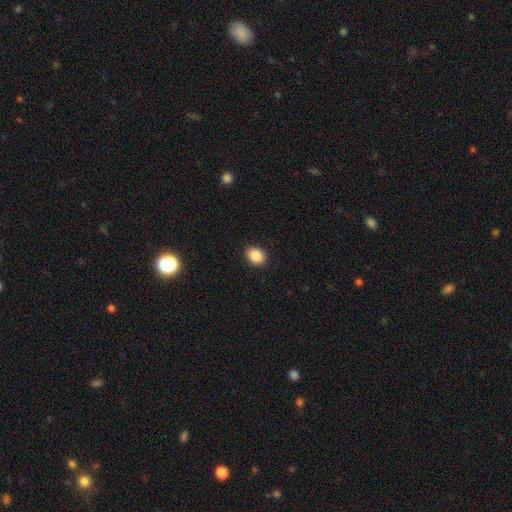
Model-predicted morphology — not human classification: A smooth galaxy with no disk features (88%) that is in between round and cigar-shaped (66%). Merging: none (89%).